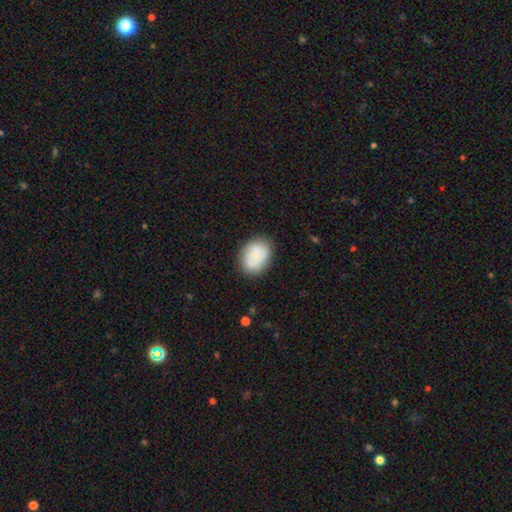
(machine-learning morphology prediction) Smooth or featured? Predicted: smooth (p=0.81). How rounded? Predicted: in between (p=0.68). Merging? Predicted: none (p=0.77).